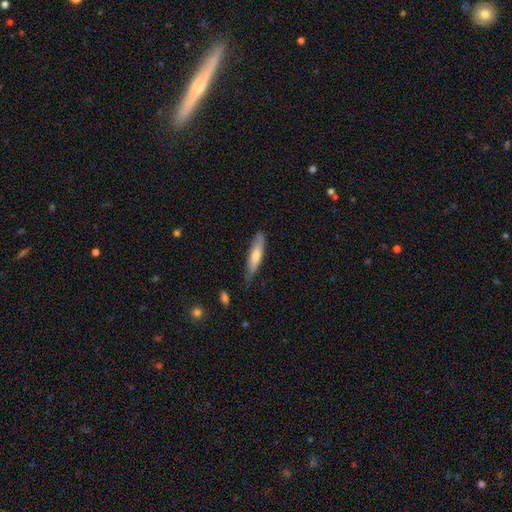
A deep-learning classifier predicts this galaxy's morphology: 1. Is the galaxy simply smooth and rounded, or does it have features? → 65% smooth, 30% featured or disk, 6% star or artifact.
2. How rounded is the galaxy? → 81% cigar-shaped, 18% in between, 1% round.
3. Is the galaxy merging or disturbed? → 71% none, 23% minor disturbance, 4% major disturbance, 2% merger.